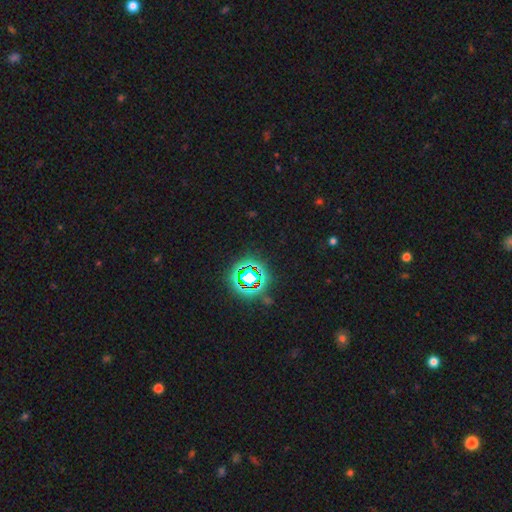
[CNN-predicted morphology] A star or artifact, not a galaxy (81%).

Vote fractions:
- Smooth or featured? star or artifact: 81% / smooth: 12% / featured or disk: 7%